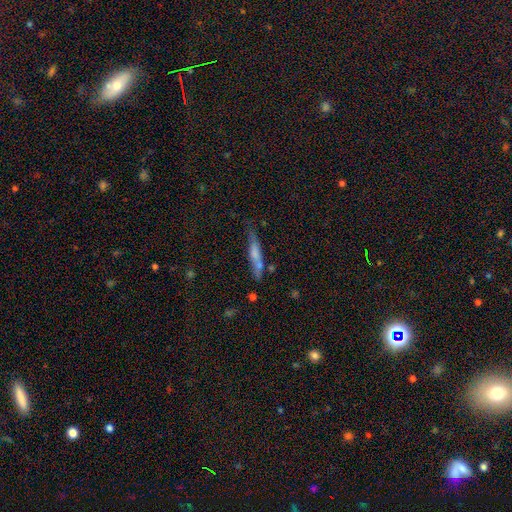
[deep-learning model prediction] A smooth galaxy with no disk features (56%) that is cigar-shaped (88%). Merging: none (65%).